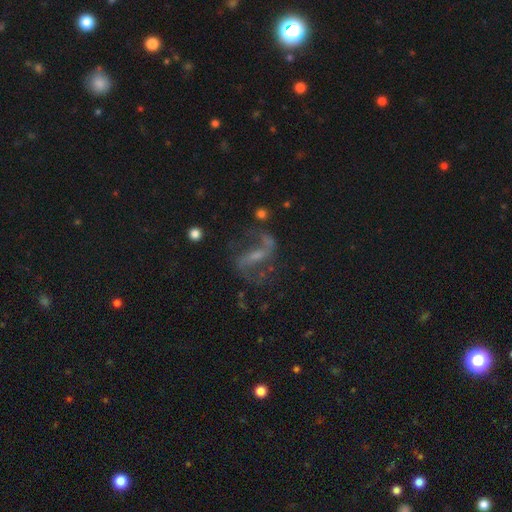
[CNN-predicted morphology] A featured or disk galaxy (80%) with a strong bar (50%), 2 (90%) loose (58%) spiral arms (90%) and a small central bulge (42%).

Vote fractions:
- Smooth or featured? featured or disk: 80% / smooth: 11% / star or artifact: 10%
- Edge-on disk? no: 94% / yes: 6%
- Bar? strong: 50% / weak: 36% / no: 14%
- Spiral arms? yes: 90% / no: 10%
- Spiral winding? loose: 58% / medium: 35% / tight: 7%
- Spiral arm count? 2: 90% / can't tell: 4% / 1: 3% / 3: 1% / 4: 1% / more than 4: 1%
- Bulge size? small: 42% / none: 26% / moderate: 26% / large: 5% / dominant: 1%
- Merging? none: 62% / major disturbance: 18% / minor disturbance: 16% / merger: 5%